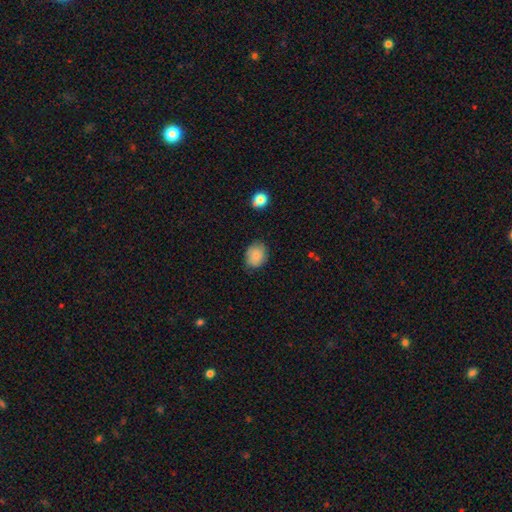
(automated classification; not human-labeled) Smooth or featured: smooth — 84% (star or artifact — 8%)
How rounded: round — 54% (in between — 45%)
Merging: none — 77% (minor disturbance — 18%)